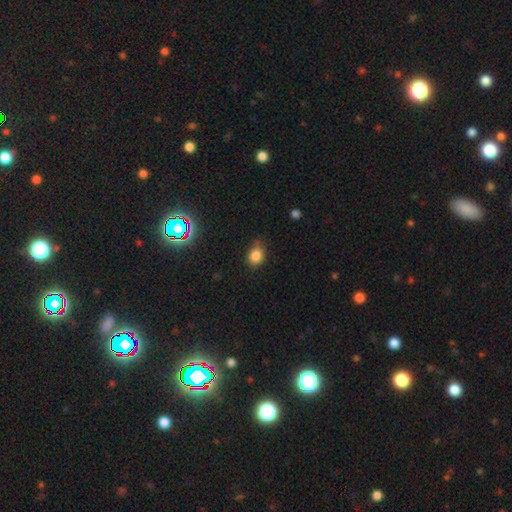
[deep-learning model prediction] A smooth galaxy with no disk features (82%) that is round (52%). Merging: none (69%).